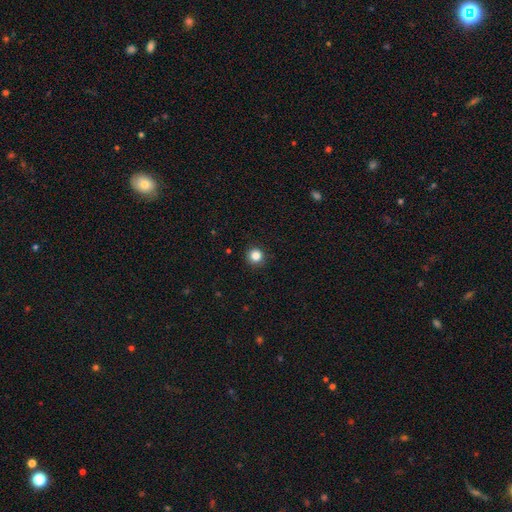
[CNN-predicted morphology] Smooth or featured? Predicted: smooth (p=0.85). How rounded? Predicted: round (p=0.95). Merging? Predicted: none (p=0.92).